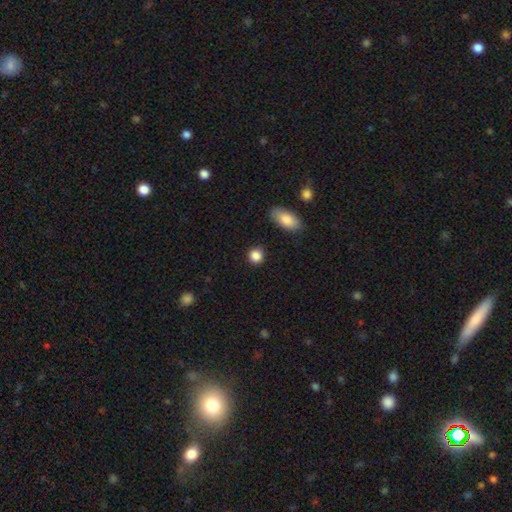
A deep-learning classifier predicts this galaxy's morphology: smooth_or_featured: smooth (p=0.87) [alt: star or artifact p=0.09]
how_rounded: round (p=0.86) [alt: in between p=0.13]
merging: none (p=0.88) [alt: minor disturbance p=0.07]